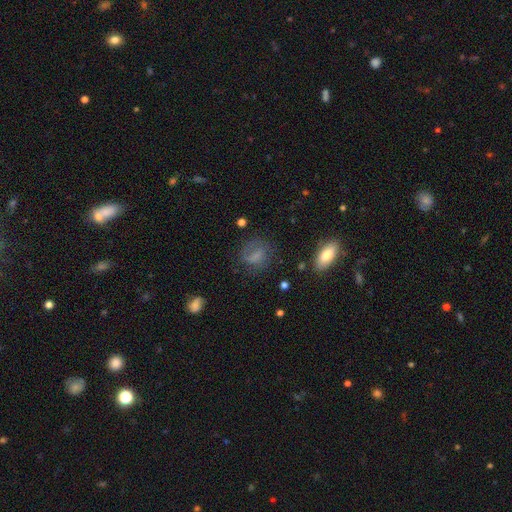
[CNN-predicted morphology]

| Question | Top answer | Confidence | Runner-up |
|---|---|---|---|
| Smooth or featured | smooth | 49% | featured or disk (38%) |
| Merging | none | 56% | minor disturbance (21%) |